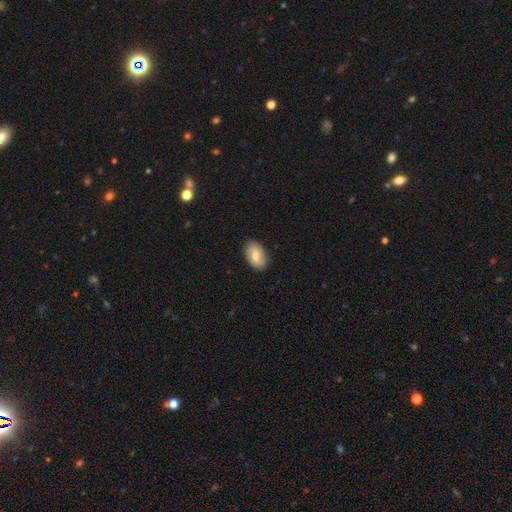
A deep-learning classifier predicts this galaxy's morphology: Smooth or featured?
  - smooth: 65% *
  - featured or disk: 28%
  - star or artifact: 7%
How rounded?
  - in between: 91% *
  - round: 7%
  - cigar-shaped: 2%
Merging?
  - none: 86% *
  - minor disturbance: 11%
  - major disturbance: 2%
  - merger: 1%